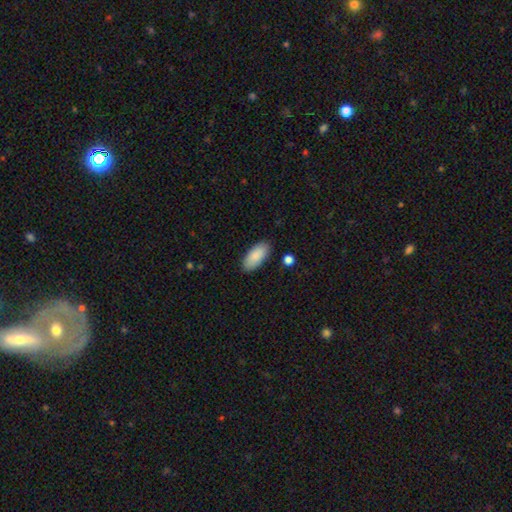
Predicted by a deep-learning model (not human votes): Smooth or featured: smooth — 88% (featured or disk — 6%)
How rounded: in between — 91% (cigar-shaped — 7%)
Merging: none — 87% (minor disturbance — 10%)